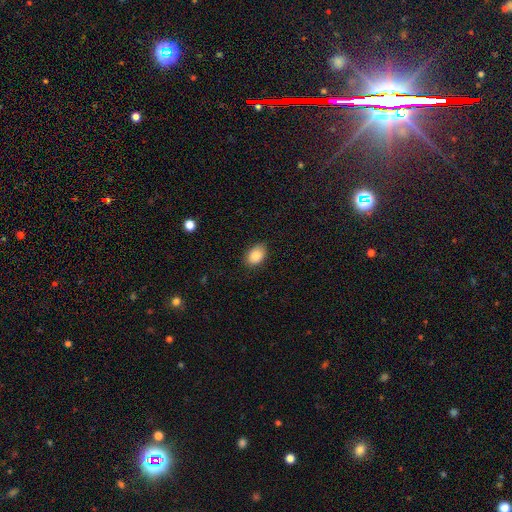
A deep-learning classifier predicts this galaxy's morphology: smooth 87%, star or artifact 8%, featured or disk 5%. Down the decision tree: how rounded — in between (80%); merging — none (80%).